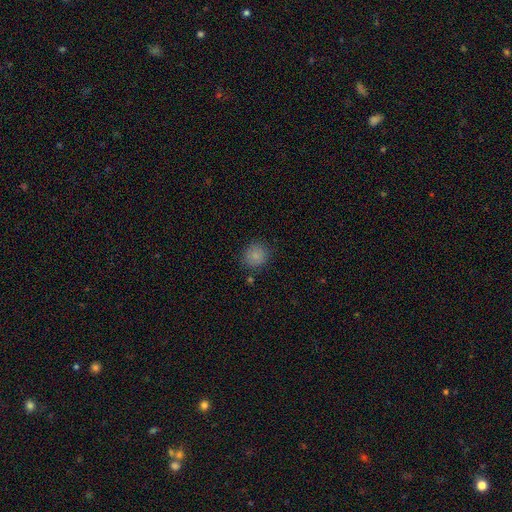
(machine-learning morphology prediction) The model was most divided on "merging": none: 83%, minor disturbance: 11%, major disturbance: 3%, merger: 3%. More confident: how rounded — round (88%); smooth or featured — smooth (84%).